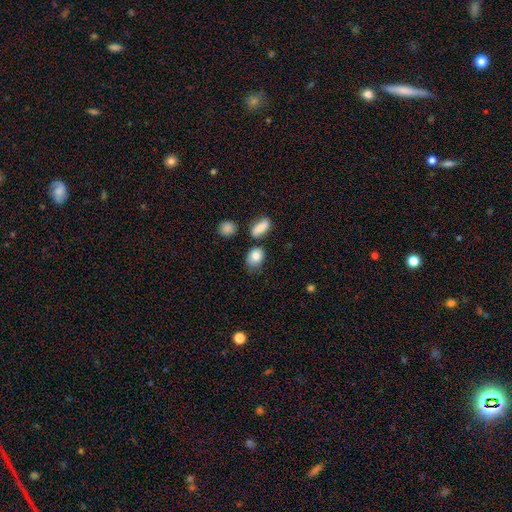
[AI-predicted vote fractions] Q: Smooth or featured?
A: smooth (82%); runner-up: star or artifact (9%)
Q: How rounded?
A: in between (60%); runner-up: round (39%)
Q: Merging?
A: none (66%); runner-up: minor disturbance (20%)